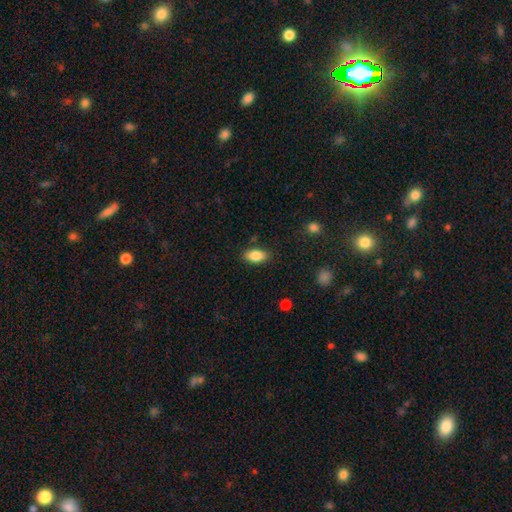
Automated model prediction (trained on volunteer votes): Morphology: type=smooth (85%); roundness=in between (90%); merging=none (85%).